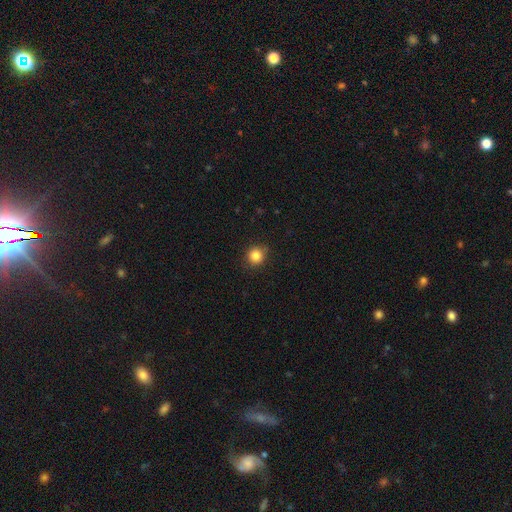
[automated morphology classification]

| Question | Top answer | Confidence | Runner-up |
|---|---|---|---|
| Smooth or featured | smooth | 84% | star or artifact (11%) |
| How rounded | round | 91% | in between (8%) |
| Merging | none | 86% | minor disturbance (10%) |